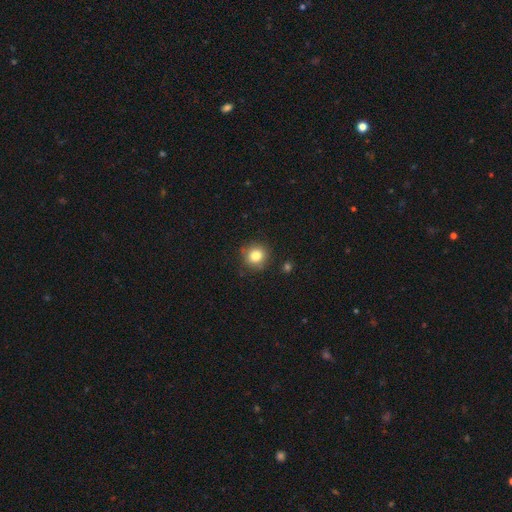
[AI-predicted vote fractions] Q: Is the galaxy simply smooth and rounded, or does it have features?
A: smooth — 82%.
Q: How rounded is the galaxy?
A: round — 91%.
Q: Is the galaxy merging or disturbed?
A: none — 87%.